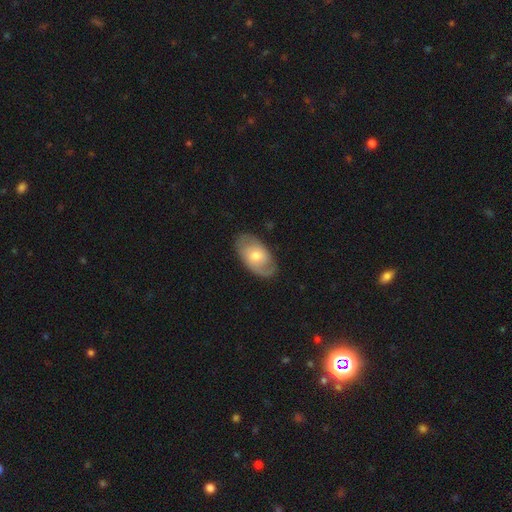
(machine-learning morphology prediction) Q: Smooth or featured?
A: featured or disk (56%); runner-up: smooth (39%)
Q: Edge-on disk?
A: no (93%); runner-up: yes (7%)
Q: Bar?
A: no (68%); runner-up: weak (28%)
Q: Spiral arms?
A: yes (72%); runner-up: no (28%)
Q: Bulge size?
A: moderate (62%); runner-up: small (31%)
Q: Merging?
A: none (79%); runner-up: minor disturbance (16%)